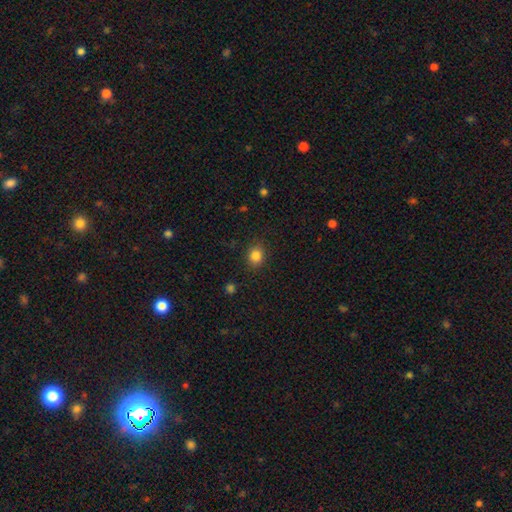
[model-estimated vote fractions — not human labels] smooth 84%, star or artifact 11%, featured or disk 5%. Down the decision tree: how rounded — round (68%); merging — none (87%).